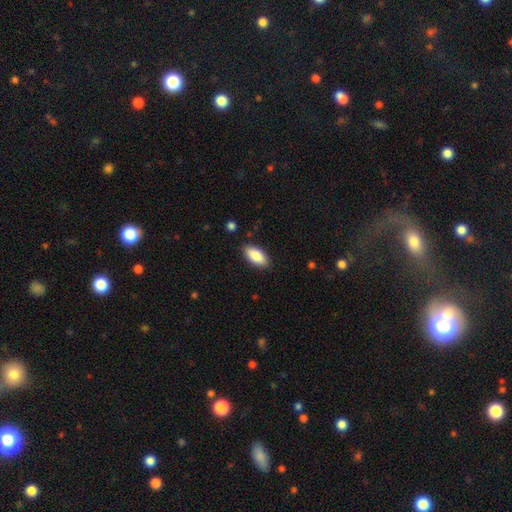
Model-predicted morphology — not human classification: smooth-or-featured: smooth: 85% | featured or disk: 8% | star or artifact: 6%
  how-rounded: in between: 89% | cigar-shaped: 9% | round: 2%
  merging: none: 87% | minor disturbance: 10% | major disturbance: 2% | merger: 1%